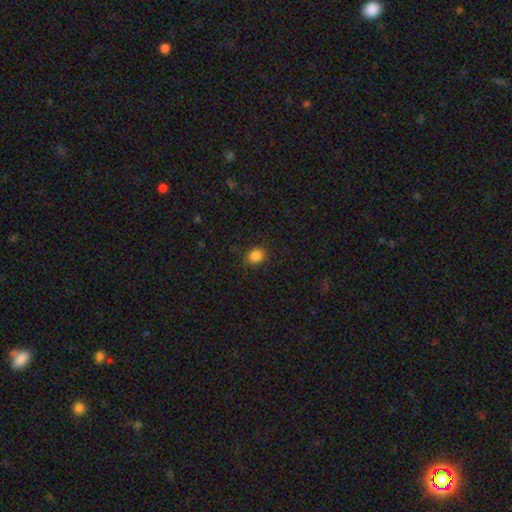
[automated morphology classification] Overall: smooth (86%). How rounded: round (54%; in between 45%). Merging: none (86%).